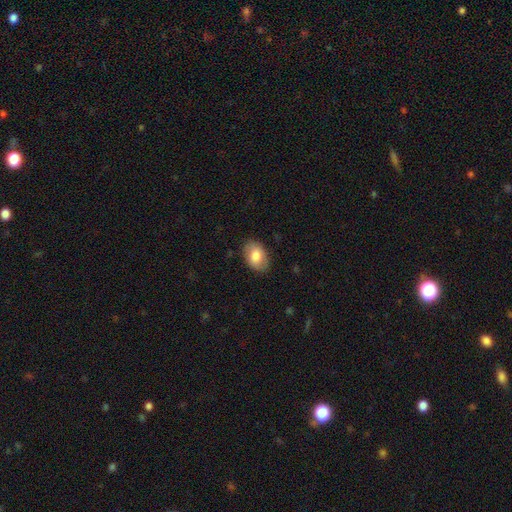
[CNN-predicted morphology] type=smooth (81%); roundness=in between (86%); merging=none (84%).